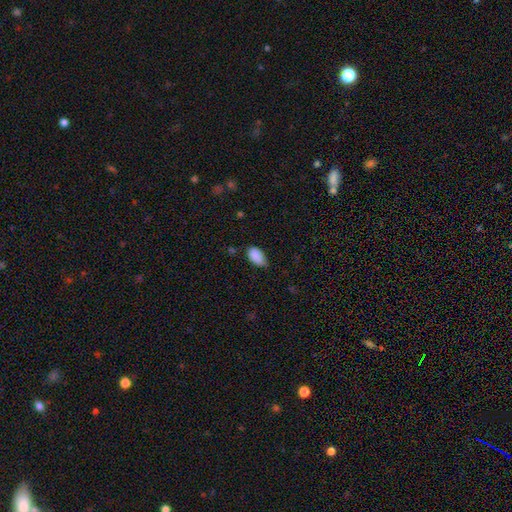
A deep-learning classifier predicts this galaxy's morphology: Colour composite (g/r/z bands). It shows a smooth galaxy with no disk features (88%) that is in between round and cigar-shaped (93%). Merging: none (61%).